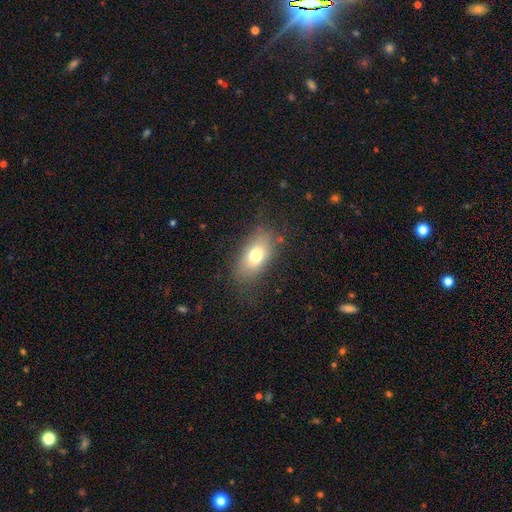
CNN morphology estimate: Smooth or featured? Predicted: smooth (p=0.71). How rounded? Predicted: in between (p=0.85). Merging? Predicted: none (p=0.76).